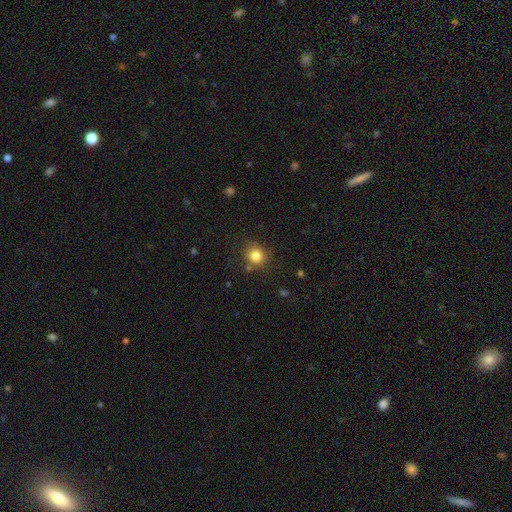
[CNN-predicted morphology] smooth 82%, star or artifact 12%, featured or disk 6%. Down the decision tree: how rounded — round (87%); merging — none (82%).